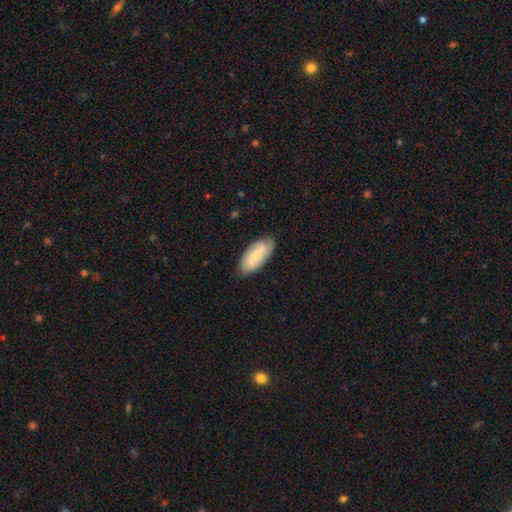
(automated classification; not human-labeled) A smooth galaxy with no disk features (56%) that is in between round and cigar-shaped (87%). Merging: none (80%).